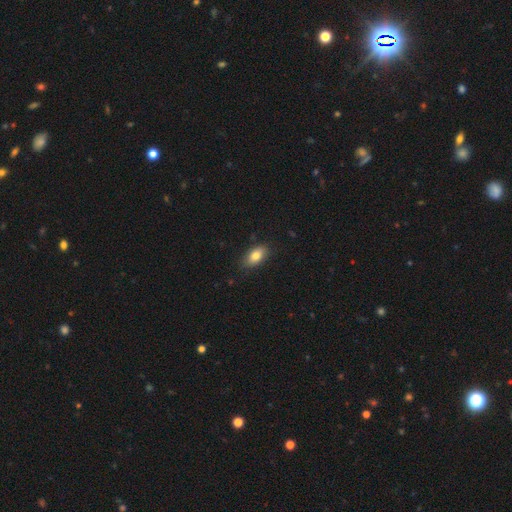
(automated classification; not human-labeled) This appears to be a smooth galaxy with no disk features (82%) that is in between round and cigar-shaped (90%). Merging: none (83%).